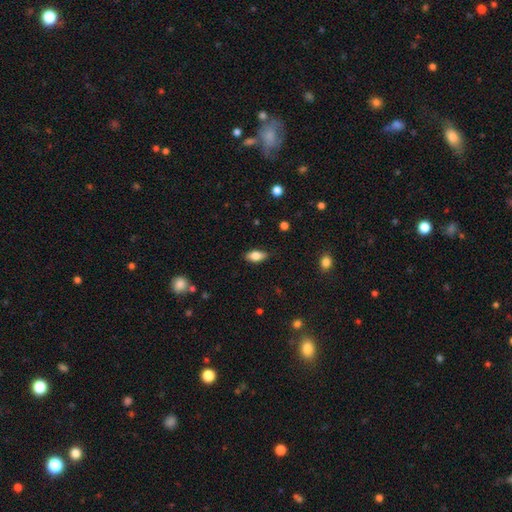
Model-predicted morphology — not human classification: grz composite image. It shows a smooth galaxy with no disk features (77%) that is in between round and cigar-shaped (86%). Merging: none (85%).